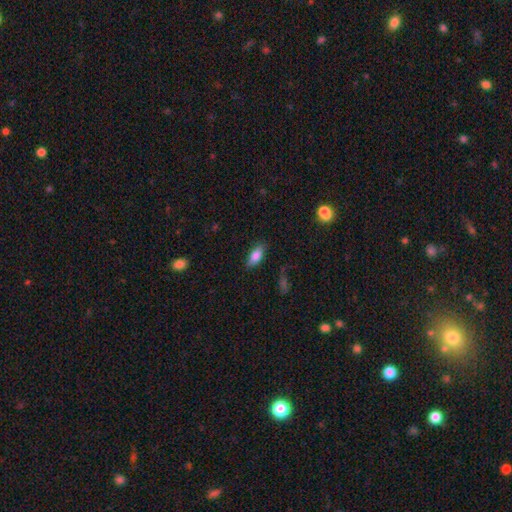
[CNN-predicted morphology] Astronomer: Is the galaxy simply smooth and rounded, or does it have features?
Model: smooth — 77%.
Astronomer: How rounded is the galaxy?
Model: in between — 81%.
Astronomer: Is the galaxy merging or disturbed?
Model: none — 82%.